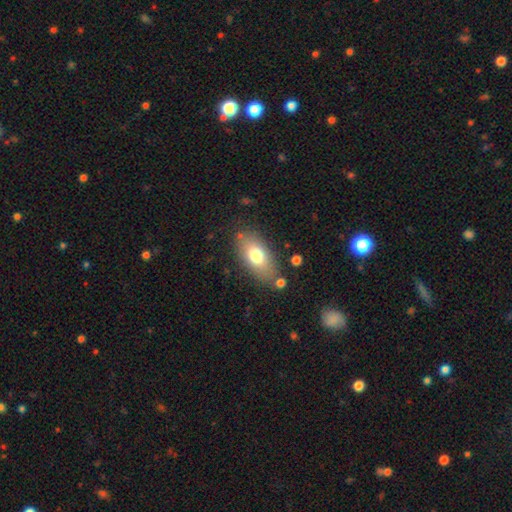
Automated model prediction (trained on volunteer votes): A smooth galaxy with no disk features (74%) that is in between round and cigar-shaped (88%).

Vote fractions:
- Smooth or featured? smooth: 74% / featured or disk: 18% / star or artifact: 8%
- How rounded? in between: 88% / cigar-shaped: 6% / round: 5%
- Merging? none: 77% / minor disturbance: 14% / merger: 5% / major disturbance: 4%